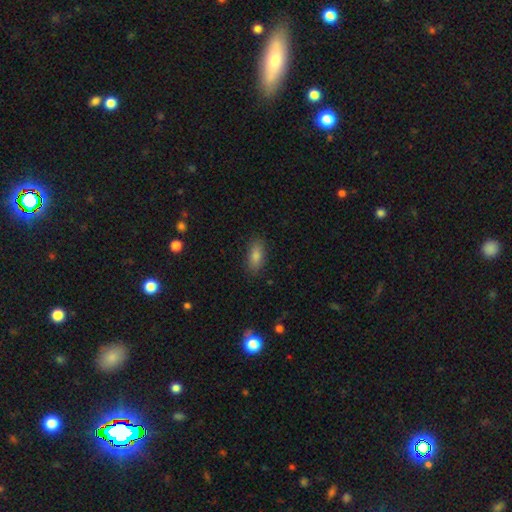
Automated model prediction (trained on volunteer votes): Smooth or featured?
  - smooth: 80% *
  - star or artifact: 11%
  - featured or disk: 9%
How rounded?
  - in between: 81% *
  - cigar-shaped: 15%
  - round: 4%
Merging?
  - none: 87% *
  - minor disturbance: 9%
  - major disturbance: 2%
  - merger: 1%